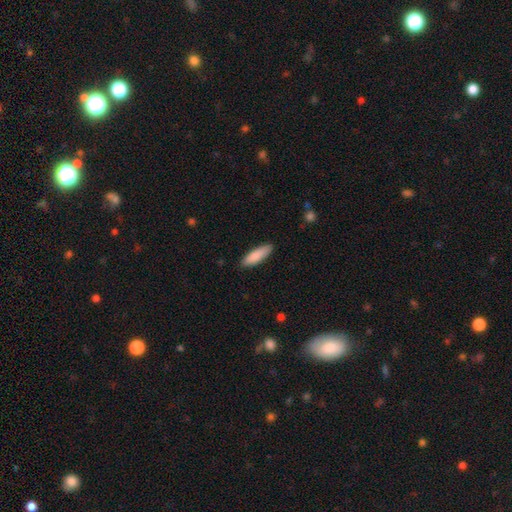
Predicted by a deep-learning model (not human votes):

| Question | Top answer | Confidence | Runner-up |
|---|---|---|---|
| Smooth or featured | smooth | 87% | featured or disk (8%) |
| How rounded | cigar-shaped | 52% | in between (46%) |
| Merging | none | 87% | minor disturbance (10%) |